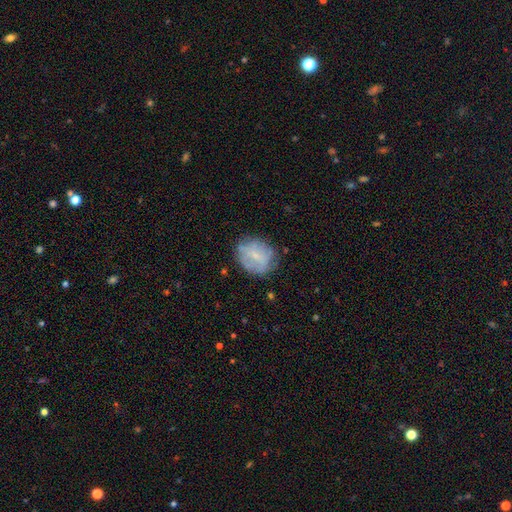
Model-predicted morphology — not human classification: type=smooth (52%); roundness=round (59%); merging=none (67%).